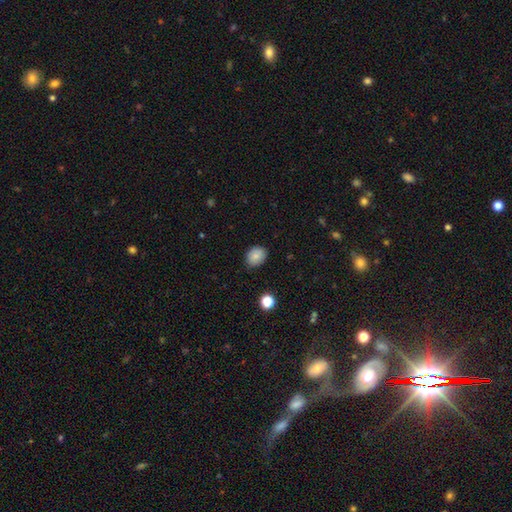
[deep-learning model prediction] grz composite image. It shows a smooth galaxy with no disk features (83%) that is in between round and cigar-shaped (52%). Merging: none (82%).